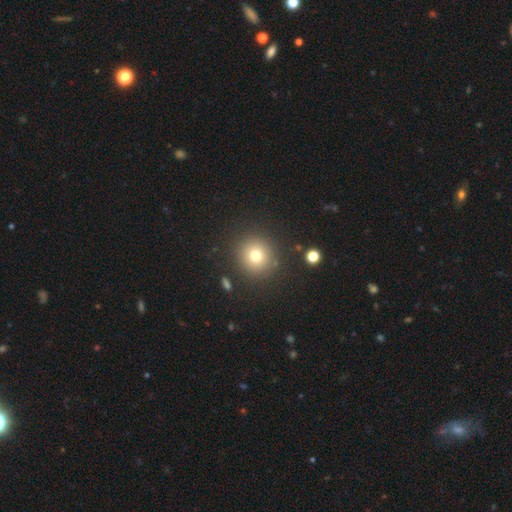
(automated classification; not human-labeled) The model was most divided on "smooth or featured": smooth: 75%, star or artifact: 15%, featured or disk: 10%. More confident: how rounded — round (93%); merging — none (88%).